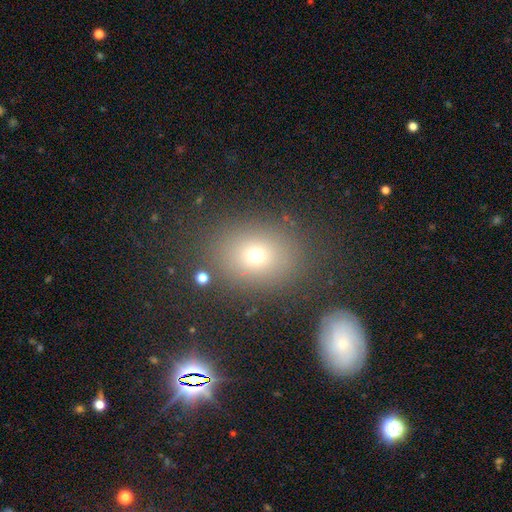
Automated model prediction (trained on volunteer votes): Smooth or featured? Predicted: smooth (p=0.66). How rounded? Predicted: in between (p=0.53). Merging? Predicted: none (p=0.81).